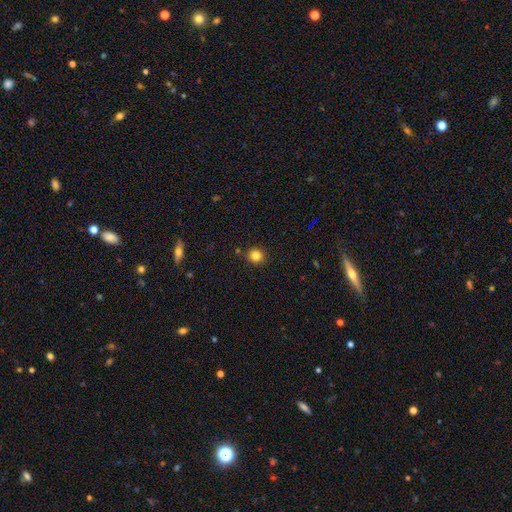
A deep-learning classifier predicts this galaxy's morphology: A smooth galaxy with no disk features (82%) that is round (92%).

Vote fractions:
- Smooth or featured? smooth: 82% / star or artifact: 13% / featured or disk: 5%
- How rounded? round: 92% / in between: 7% / cigar-shaped: 1%
- Merging? none: 88% / minor disturbance: 8% / merger: 3% / major disturbance: 2%